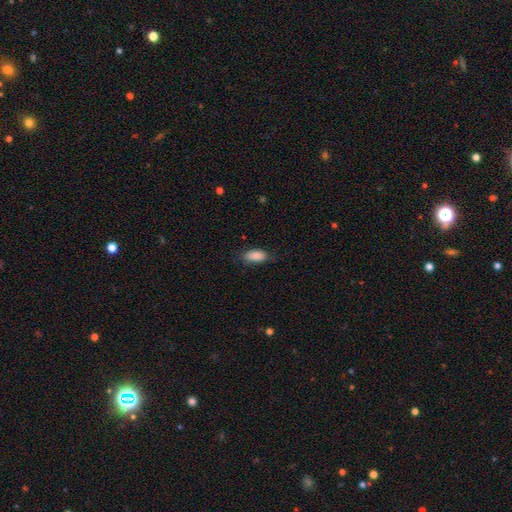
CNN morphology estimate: This appears to be a smooth galaxy with no disk features (88%) that is in between round and cigar-shaped (90%). Merging: none (73%).